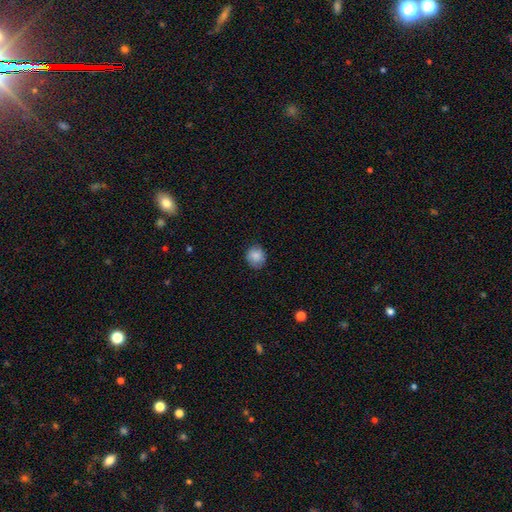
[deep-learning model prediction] smooth_or_featured: smooth (p=0.86) [alt: star or artifact p=0.08]
how_rounded: round (p=0.81) [alt: in between p=0.18]
merging: none (p=0.83) [alt: minor disturbance p=0.13]